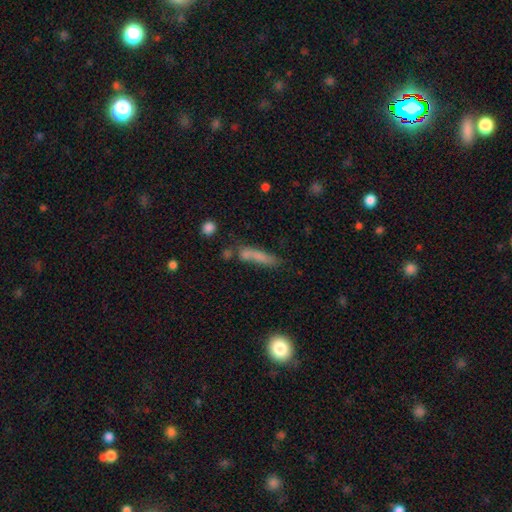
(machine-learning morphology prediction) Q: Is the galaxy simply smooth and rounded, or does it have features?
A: smooth — 69%.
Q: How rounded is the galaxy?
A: cigar-shaped — 77%.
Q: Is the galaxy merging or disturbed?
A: none — 53%.